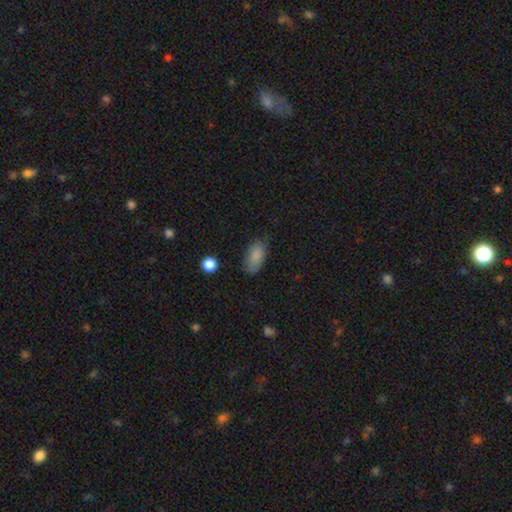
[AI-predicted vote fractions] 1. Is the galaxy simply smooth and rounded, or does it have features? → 86% smooth, 8% star or artifact, 6% featured or disk.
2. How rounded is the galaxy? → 91% in between, 6% cigar-shaped, 3% round.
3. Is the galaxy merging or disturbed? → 76% none, 18% minor disturbance, 4% major disturbance, 2% merger.